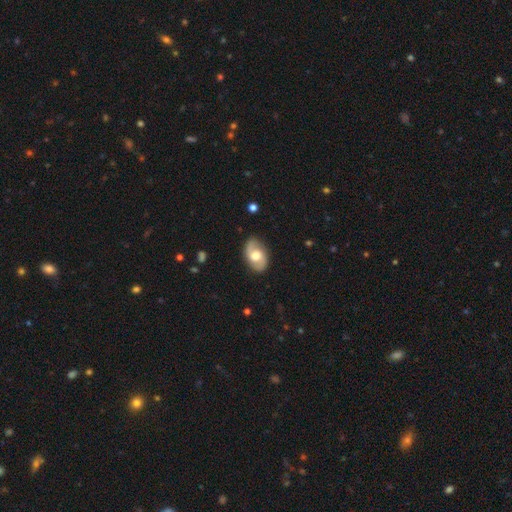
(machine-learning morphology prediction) Smooth or featured: featured or disk — 58% (smooth — 36%)
Edge-on disk: no — 95% (yes — 5%)
Bar: no — 57% (weak — 36%)
Spiral arms: yes — 82% (no — 18%)
Bulge size: moderate — 65% (large — 22%)
Merging: none — 81% (minor disturbance — 14%)